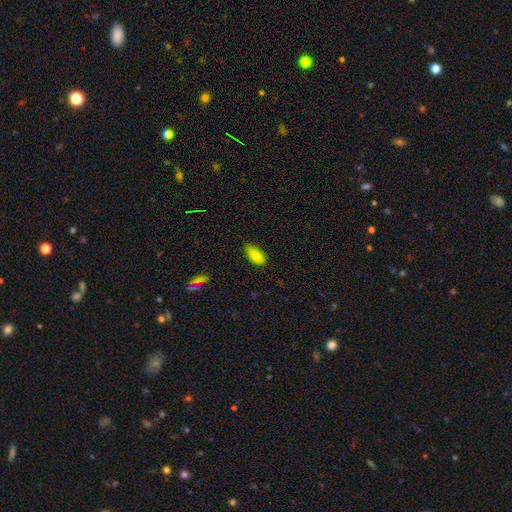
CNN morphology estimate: This appears to be a smooth galaxy with no disk features (85%) that is in between round and cigar-shaped (91%). Merging: none (76%).